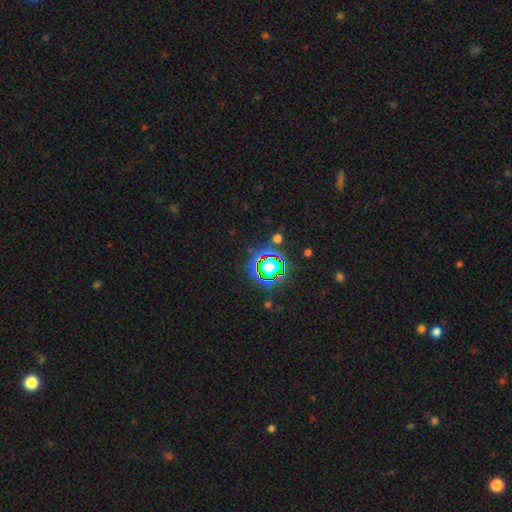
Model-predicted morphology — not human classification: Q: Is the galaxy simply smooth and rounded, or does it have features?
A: star or artifact — 80%.